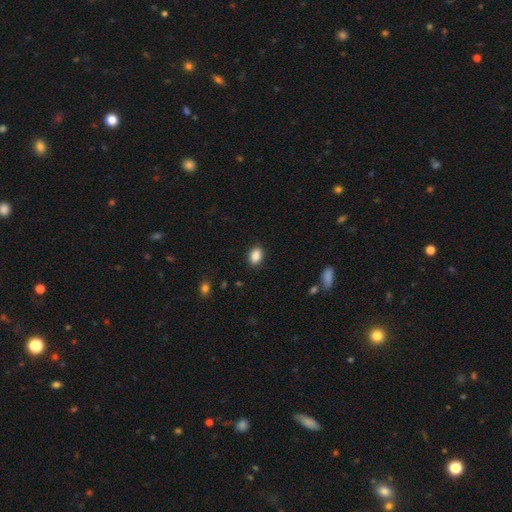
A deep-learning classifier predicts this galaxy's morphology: type=smooth (88%); roundness=in between (76%); merging=none (88%).